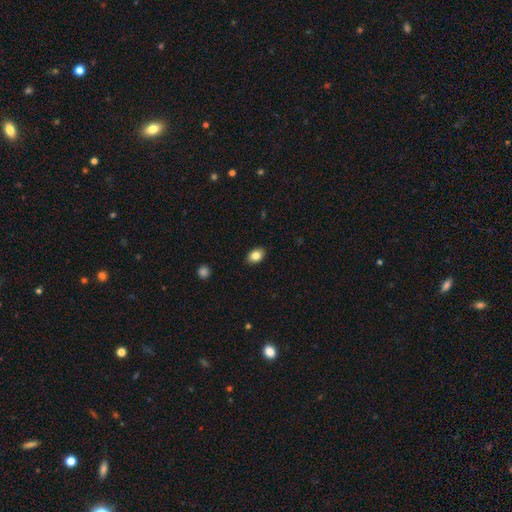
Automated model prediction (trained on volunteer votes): This is clearly a smooth galaxy (84%). How rounded: clearly in between (80%). Merging: clearly none (88%).